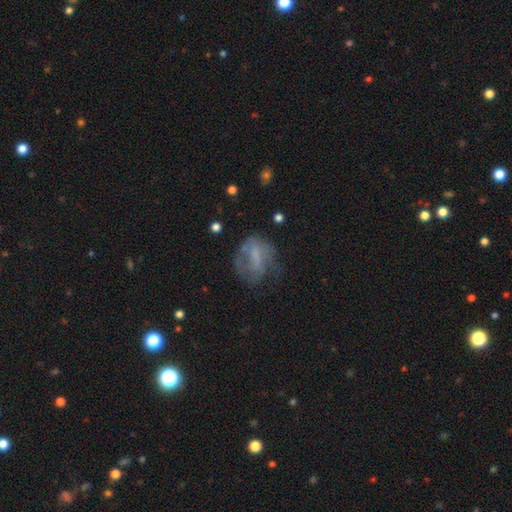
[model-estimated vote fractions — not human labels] The model was most divided on "smooth or featured": featured or disk: 47%, smooth: 41%, star or artifact: 12%. Remaining: merging — none (43%).